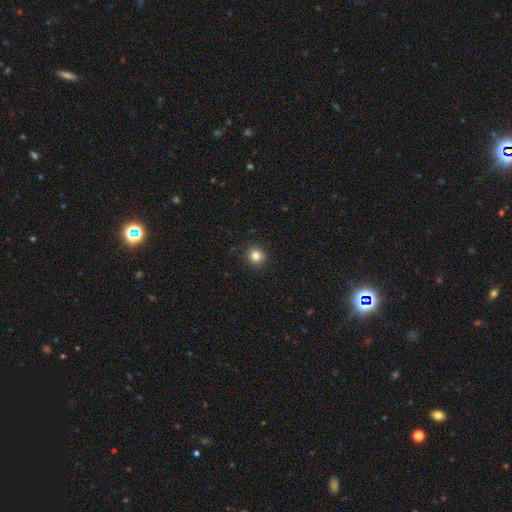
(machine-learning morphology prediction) type=smooth (82%); roundness=round (94%); merging=none (92%).